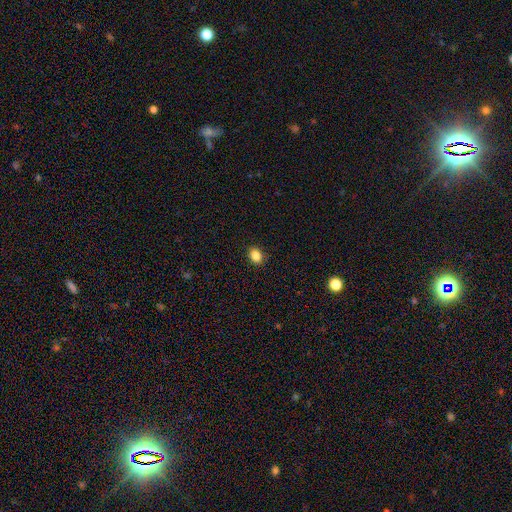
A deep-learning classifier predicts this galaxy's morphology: This is clearly a smooth galaxy (85%). How rounded: likely in between (63%). Merging: clearly none (90%).